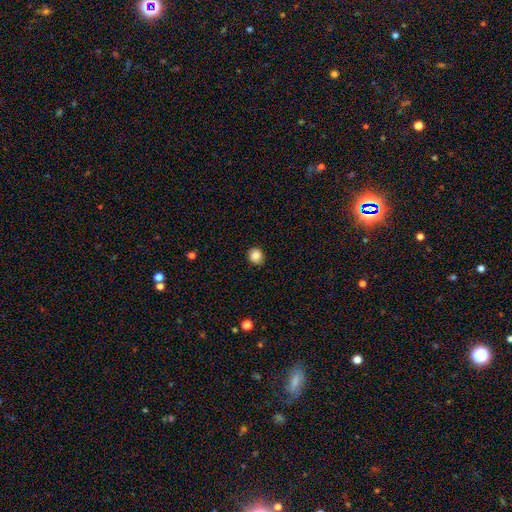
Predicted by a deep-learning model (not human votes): A smooth galaxy with no disk features (87%) that is round (85%). Merging: none (89%).